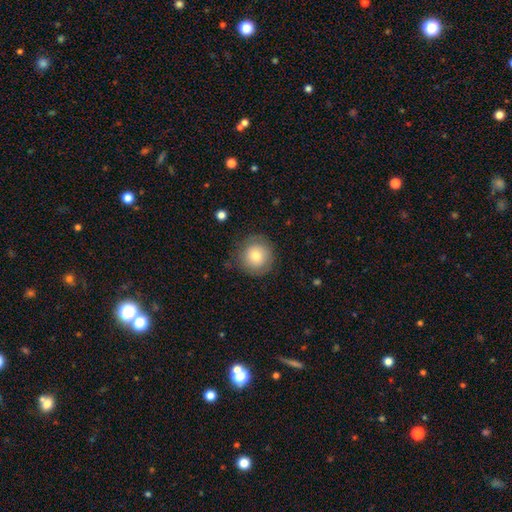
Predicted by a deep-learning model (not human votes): Smooth or featured: smooth — 77% (featured or disk — 14%)
How rounded: round — 93% (in between — 6%)
Merging: none — 83% (minor disturbance — 12%)